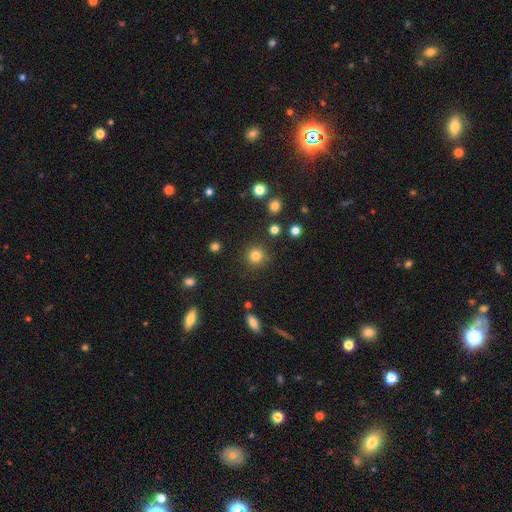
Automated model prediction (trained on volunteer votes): smooth 82%, star or artifact 13%, featured or disk 6%. Down the decision tree: how rounded — round (94%); merging — none (88%).